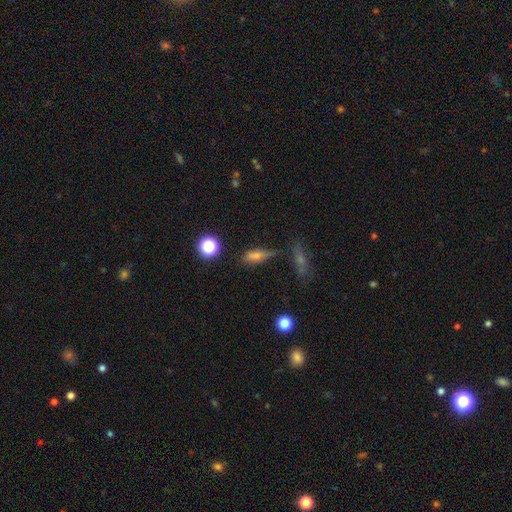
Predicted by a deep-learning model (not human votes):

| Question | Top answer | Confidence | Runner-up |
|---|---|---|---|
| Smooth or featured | smooth | 59% | featured or disk (22%) |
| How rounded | in between | 53% | cigar-shaped (36%) |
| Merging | none | 61% | minor disturbance (21%) |